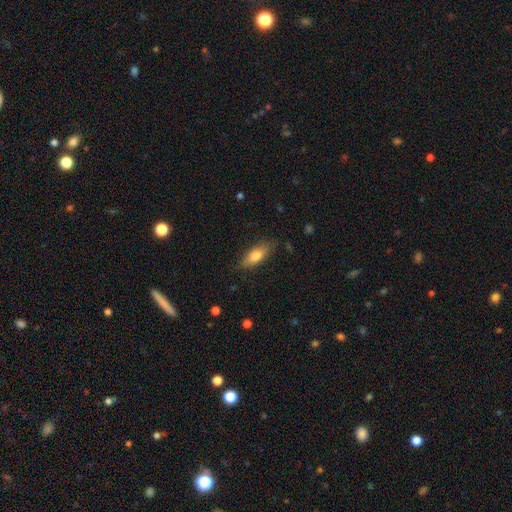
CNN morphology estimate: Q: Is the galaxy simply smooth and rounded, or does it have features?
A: smooth — 77%.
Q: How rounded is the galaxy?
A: in between — 73%.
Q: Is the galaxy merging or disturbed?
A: none — 80%.